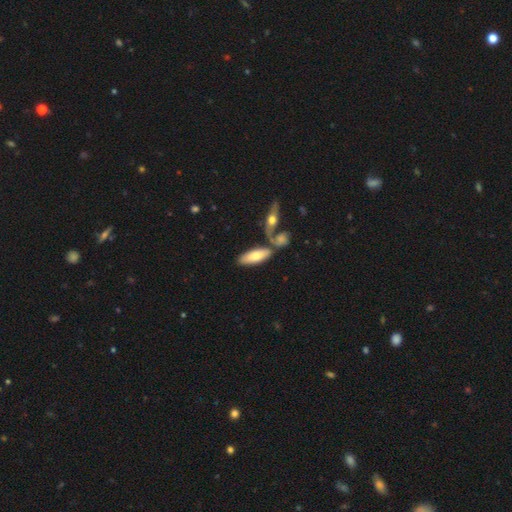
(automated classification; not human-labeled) The model was most divided on "merging": none: 53%, merger: 31%, minor disturbance: 12%, major disturbance: 4%. More confident: how rounded — in between (71%); smooth or featured — smooth (67%).